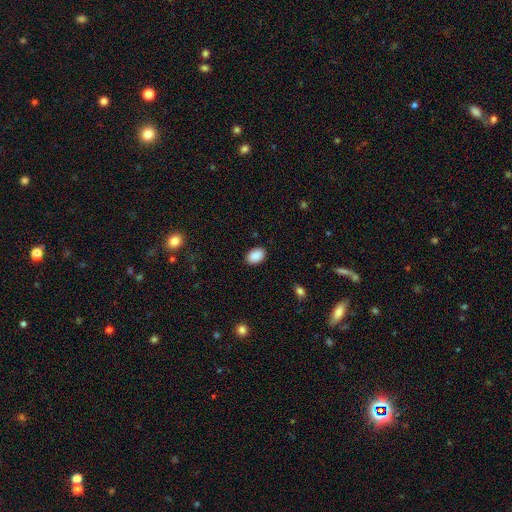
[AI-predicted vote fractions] A smooth galaxy with no disk features (90%) that is in between round and cigar-shaped (87%). Merging: none (89%).